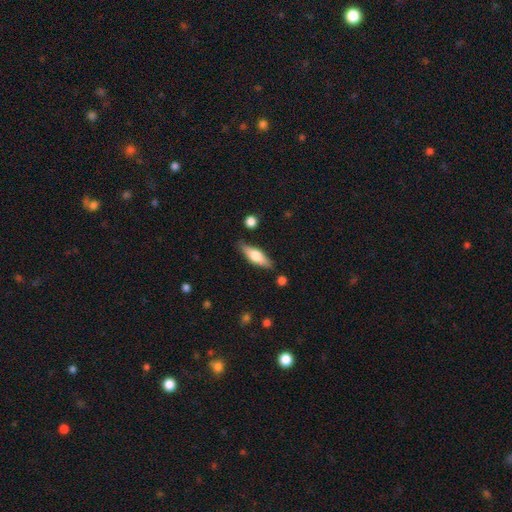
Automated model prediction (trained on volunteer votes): smooth-or-featured: smooth: 53% | featured or disk: 41% | star or artifact: 6%
  how-rounded: in between: 51% | cigar-shaped: 47% | round: 3%
  merging: none: 83% | minor disturbance: 12% | merger: 3% | major disturbance: 3%